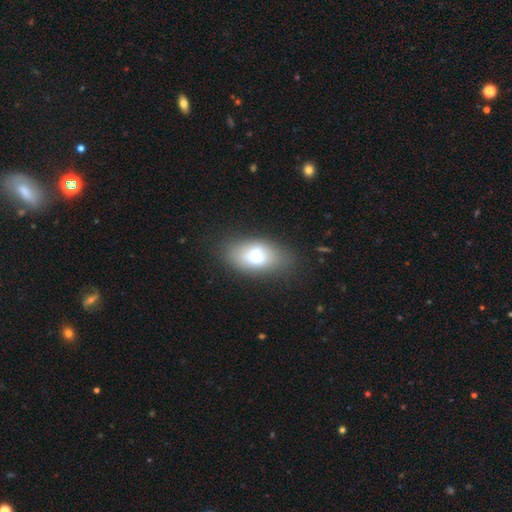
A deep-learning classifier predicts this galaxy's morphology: smooth 69%, featured or disk 22%, star or artifact 9%. Down the decision tree: how rounded — in between (89%); merging — none (73%).